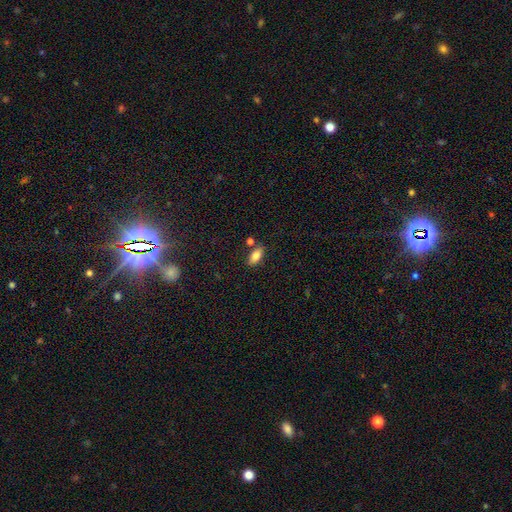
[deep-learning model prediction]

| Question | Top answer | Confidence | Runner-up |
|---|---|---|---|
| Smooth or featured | smooth | 79% | featured or disk (13%) |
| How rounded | in between | 88% | cigar-shaped (8%) |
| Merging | none | 77% | minor disturbance (12%) |